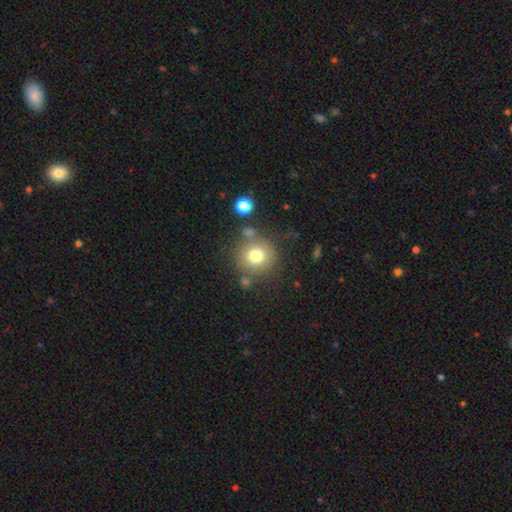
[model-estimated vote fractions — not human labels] Overall: smooth (75%). How rounded: round (91%). Merging: none (71%).